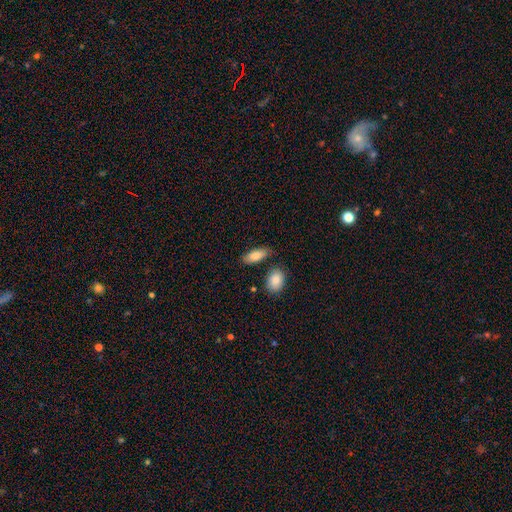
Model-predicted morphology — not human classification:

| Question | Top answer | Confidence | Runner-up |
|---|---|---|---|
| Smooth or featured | smooth | 83% | featured or disk (11%) |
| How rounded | in between | 83% | cigar-shaped (14%) |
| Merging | none | 76% | minor disturbance (13%) |